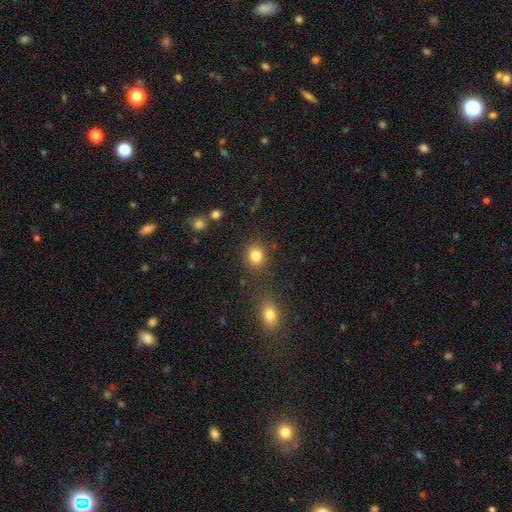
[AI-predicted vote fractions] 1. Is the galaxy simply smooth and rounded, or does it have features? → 83% smooth, 11% star or artifact, 6% featured or disk.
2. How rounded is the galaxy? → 75% round, 24% in between, 1% cigar-shaped.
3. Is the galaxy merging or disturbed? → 84% none, 9% minor disturbance, 5% merger, 3% major disturbance.